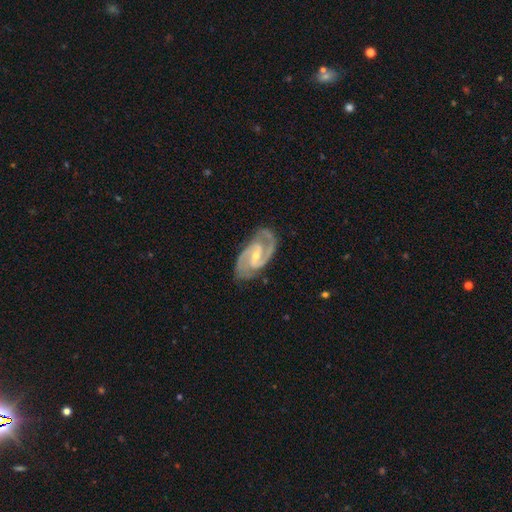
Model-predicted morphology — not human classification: smooth_or_featured: featured or disk (p=0.93) [alt: star or artifact p=0.04]
disk_edge_on: no (p=0.97) [alt: yes p=0.03]
bar: weak (p=0.47) [alt: strong p=0.32]
has_spiral_arms: yes (p=0.98) [alt: no p=0.02]
spiral_winding: medium (p=0.62) [alt: tight p=0.29]
spiral_arm_count: 2 (p=0.91) [alt: 3 p=0.04]
bulge_size: small (p=0.62) [alt: moderate p=0.35]
merging: none (p=0.81) [alt: minor disturbance p=0.14]